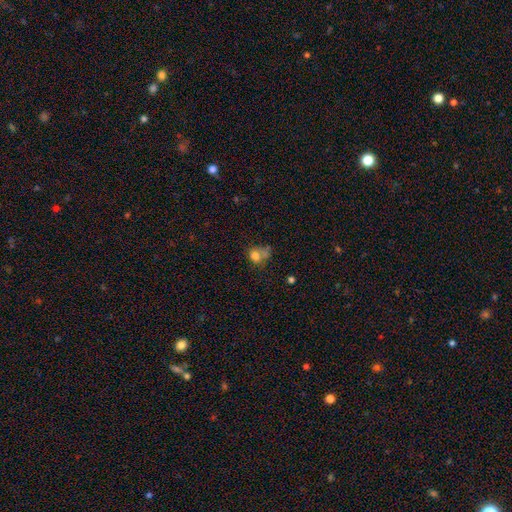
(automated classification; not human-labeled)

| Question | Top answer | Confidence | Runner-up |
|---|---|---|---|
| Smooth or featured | smooth | 75% | star or artifact (13%) |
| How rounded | round | 64% | in between (35%) |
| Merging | none | 36% | merger (24%) |